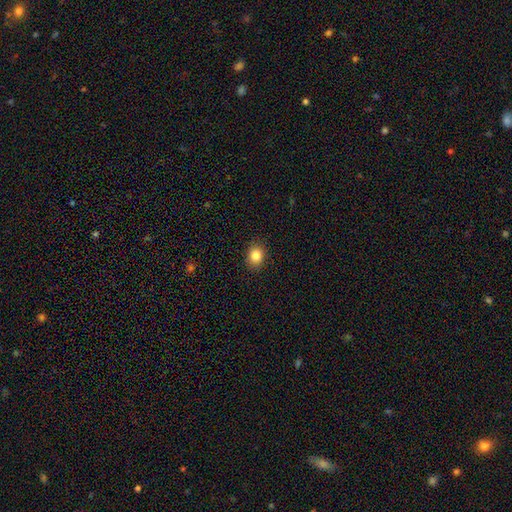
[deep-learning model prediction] This appears to be a smooth galaxy with no disk features (84%) that is round (57%). Merging: none (89%).